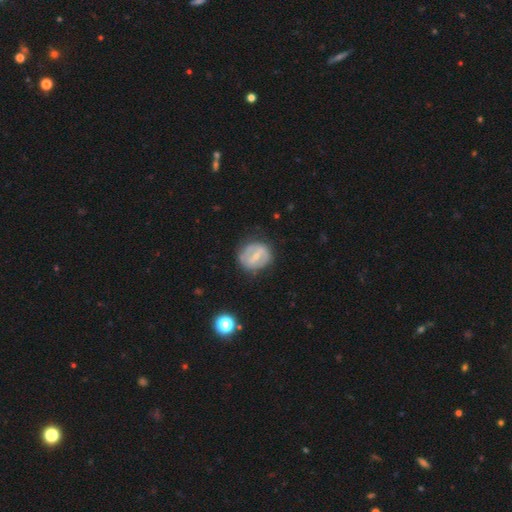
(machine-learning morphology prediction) A featured or disk galaxy (60%) with a weak bar (43%), no spiral arms (55%) and a small central bulge (59%). Merging: none (71%).